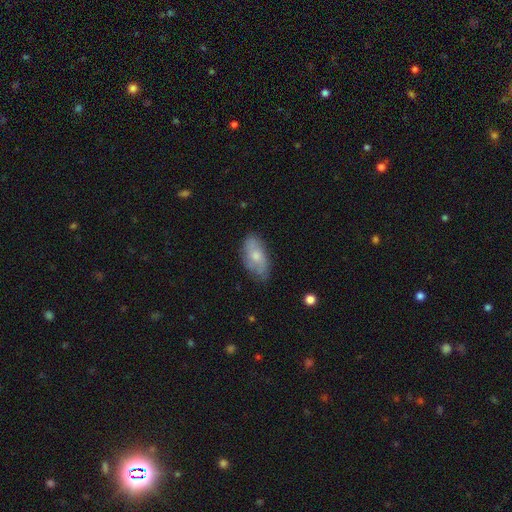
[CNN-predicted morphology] smooth_or_featured: smooth (p=0.58) [alt: featured or disk p=0.36]
how_rounded: in between (p=0.91) [alt: cigar-shaped p=0.06]
merging: none (p=0.69) [alt: minor disturbance p=0.24]